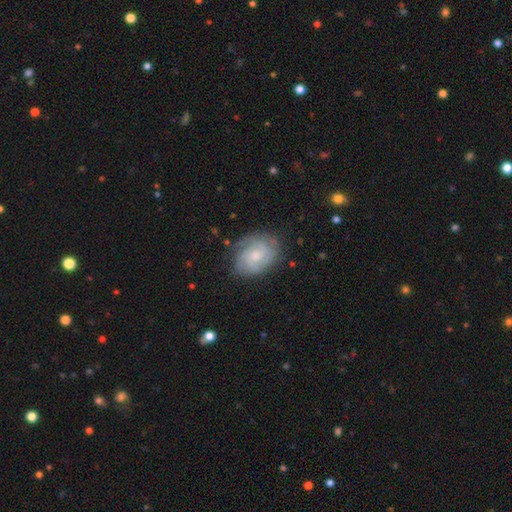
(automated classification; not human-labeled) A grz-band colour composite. It shows a featured or disk galaxy (76%) with no bar (67%), 2 (30%) tight (59%) spiral arms (94%) and a small central bulge (51%). Merging: none (75%).